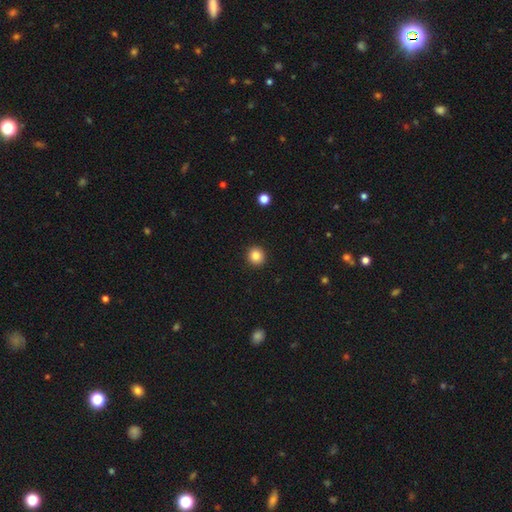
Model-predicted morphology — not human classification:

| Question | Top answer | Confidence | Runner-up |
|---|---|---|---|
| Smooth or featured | smooth | 86% | star or artifact (10%) |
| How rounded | round | 92% | in between (7%) |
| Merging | none | 93% | minor disturbance (4%) |